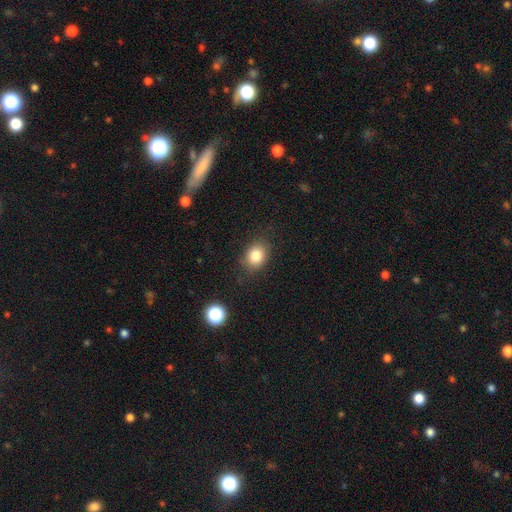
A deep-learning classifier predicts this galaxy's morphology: Q: Smooth or featured?
A: smooth (83%); runner-up: star or artifact (10%)
Q: How rounded?
A: in between (52%); runner-up: round (47%)
Q: Merging?
A: none (83%); runner-up: minor disturbance (12%)